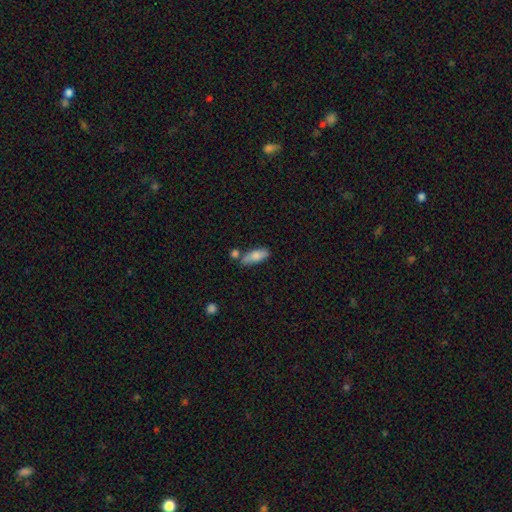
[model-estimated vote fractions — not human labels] Q: Smooth or featured?
A: smooth (78%); runner-up: featured or disk (16%)
Q: How rounded?
A: in between (72%); runner-up: cigar-shaped (25%)
Q: Merging?
A: none (60%); runner-up: minor disturbance (18%)